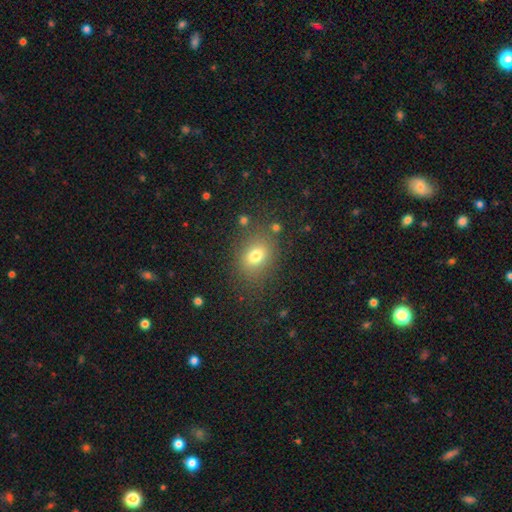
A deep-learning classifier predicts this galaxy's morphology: Smooth or featured? smooth (76%)
How rounded? in between (58%)
Merging? none (78%)